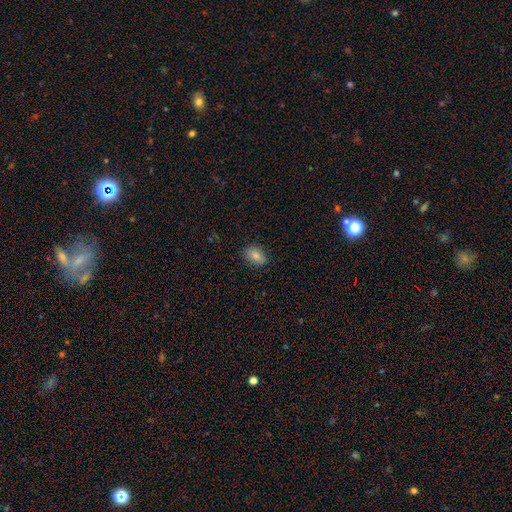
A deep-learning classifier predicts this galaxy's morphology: Q: Smooth or featured?
A: smooth (80%); runner-up: featured or disk (11%)
Q: How rounded?
A: in between (83%); runner-up: round (16%)
Q: Merging?
A: none (83%); runner-up: minor disturbance (13%)